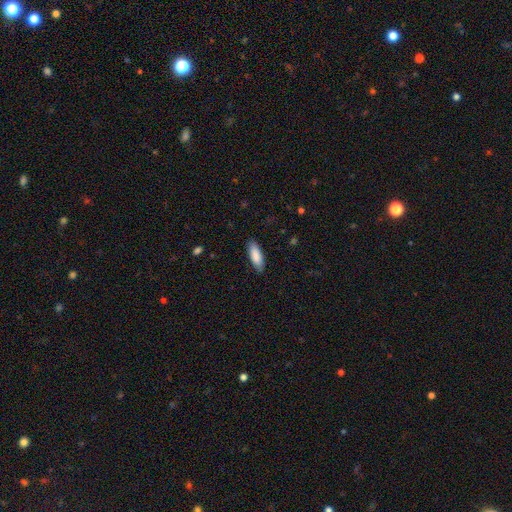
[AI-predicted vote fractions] Smooth or featured? Predicted: smooth (p=0.88). How rounded? Predicted: in between (p=0.65). Merging? Predicted: none (p=0.87).